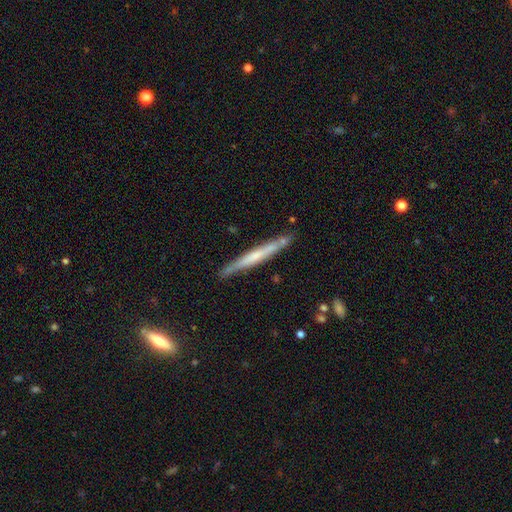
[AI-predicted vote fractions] A featured or disk galaxy (55%) viewed edge-on (95%) with no central bulge (63%). Merging: none (82%).